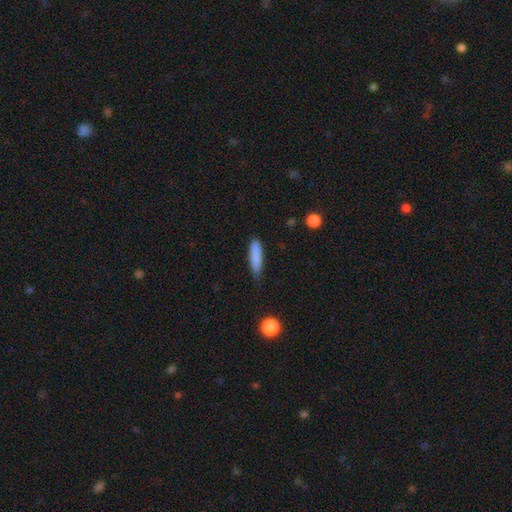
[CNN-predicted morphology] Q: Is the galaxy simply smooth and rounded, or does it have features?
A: smooth — 85%.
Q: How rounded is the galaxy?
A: cigar-shaped — 76%.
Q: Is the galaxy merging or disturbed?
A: none — 73%.